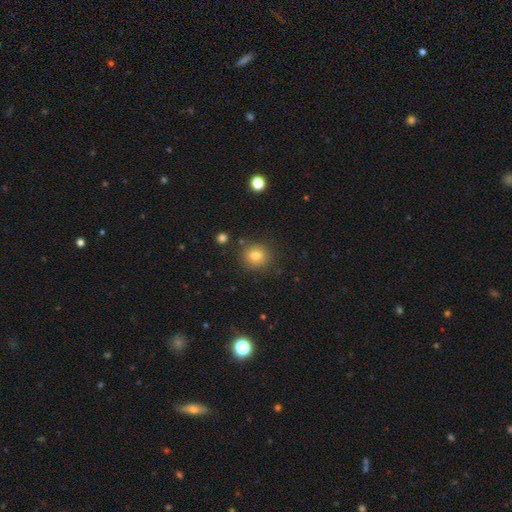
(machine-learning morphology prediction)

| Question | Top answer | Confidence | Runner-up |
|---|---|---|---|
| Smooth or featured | smooth | 79% | star or artifact (12%) |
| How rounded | round | 82% | in between (17%) |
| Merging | none | 84% | minor disturbance (10%) |